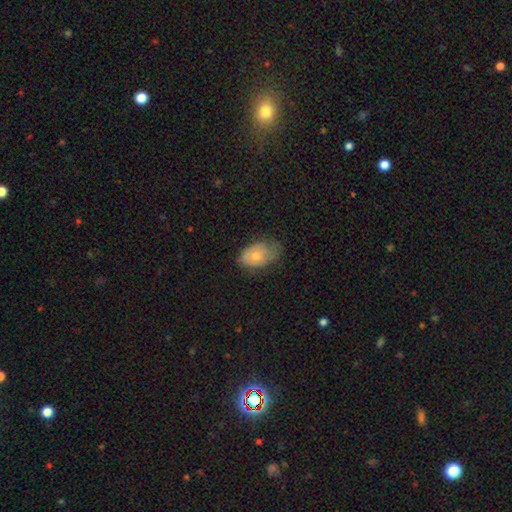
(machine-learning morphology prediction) Smooth or featured?
  - smooth: 70% *
  - featured or disk: 23%
  - star or artifact: 7%
How rounded?
  - in between: 87% *
  - round: 12%
  - cigar-shaped: 1%
Merging?
  - none: 46% *
  - minor disturbance: 39%
  - major disturbance: 14%
  - merger: 1%